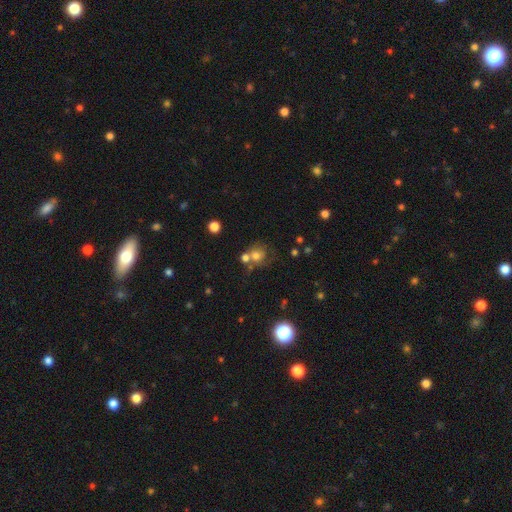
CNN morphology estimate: This appears to be a smooth galaxy with no disk features (67%) that is round (83%). Merging: none (46%).